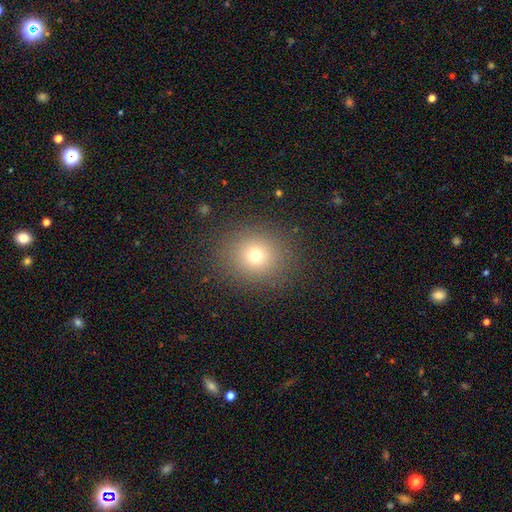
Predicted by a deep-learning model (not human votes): Smooth or featured? Predicted: smooth (p=0.71). How rounded? Predicted: round (p=0.85). Merging? Predicted: none (p=0.87).